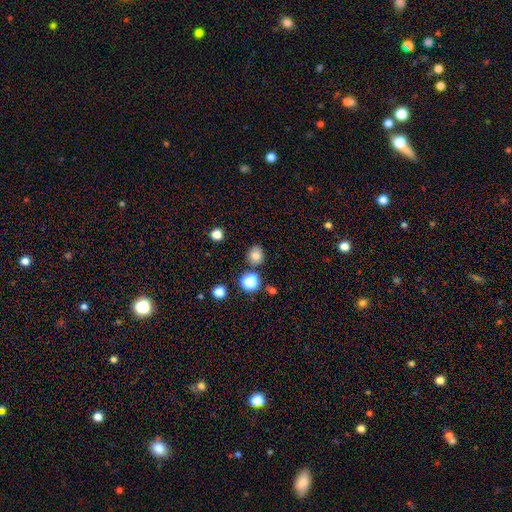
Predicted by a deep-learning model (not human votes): smooth_or_featured: smooth (p=0.79) [alt: star or artifact p=0.15]
how_rounded: round (p=0.74) [alt: in between p=0.25]
merging: none (p=0.79) [alt: minor disturbance p=0.12]